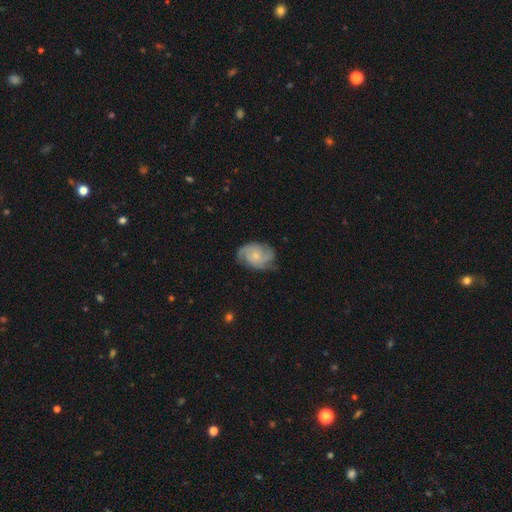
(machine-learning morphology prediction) featured or disk 77%, smooth 17%, star or artifact 6%. Down the decision tree: edge-on disk — no (98%); bar — no (75%); spiral arms — yes (96%); spiral arm count — 3 (38%); spiral winding — medium (45%); bulge size — small (62%); merging — none (70%).